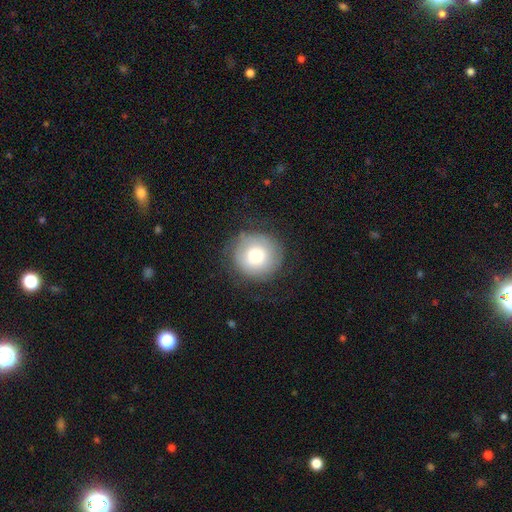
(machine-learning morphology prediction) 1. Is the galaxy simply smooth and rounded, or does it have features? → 72% smooth, 19% featured or disk, 8% star or artifact.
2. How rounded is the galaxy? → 95% round, 4% in between, 1% cigar-shaped.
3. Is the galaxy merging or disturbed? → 77% none, 15% minor disturbance, 7% major disturbance, 1% merger.